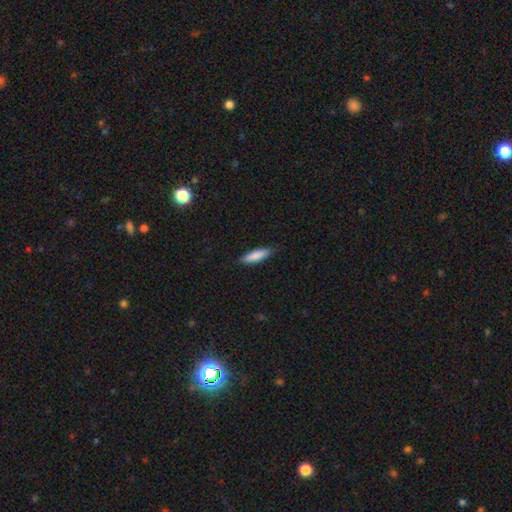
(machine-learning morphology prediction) smooth 85%, featured or disk 9%, star or artifact 6%. Down the decision tree: how rounded — cigar-shaped (61%); merging — none (86%).